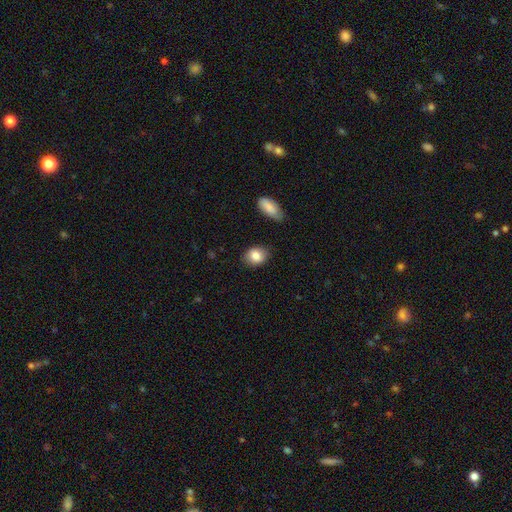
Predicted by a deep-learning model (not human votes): This appears to be a smooth galaxy with no disk features (84%) that is in between round and cigar-shaped (59%). Merging: none (83%).